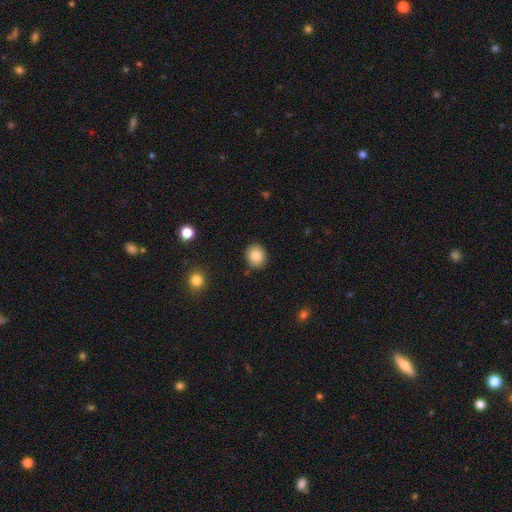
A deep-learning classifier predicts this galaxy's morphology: smooth-or-featured: smooth: 83% | star or artifact: 9% | featured or disk: 7%
  how-rounded: round: 67% | in between: 32% | cigar-shaped: 1%
  merging: none: 87% | minor disturbance: 9% | major disturbance: 2% | merger: 2%